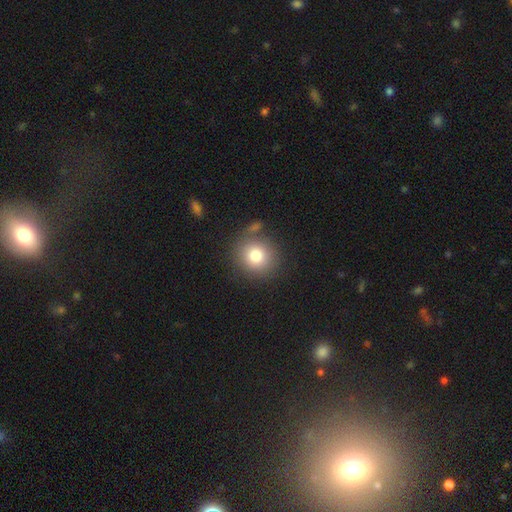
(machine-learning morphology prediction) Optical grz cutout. It shows a smooth galaxy with no disk features (80%) that is round (88%). Merging: none (77%).